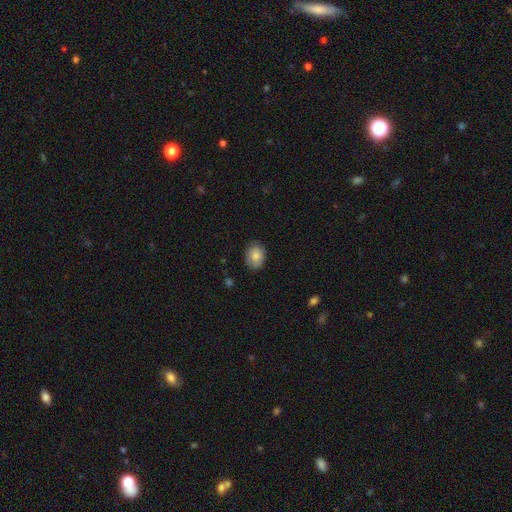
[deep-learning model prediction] Smooth or featured? Predicted: smooth (p=0.83). How rounded? Predicted: in between (p=0.62). Merging? Predicted: none (p=0.81).